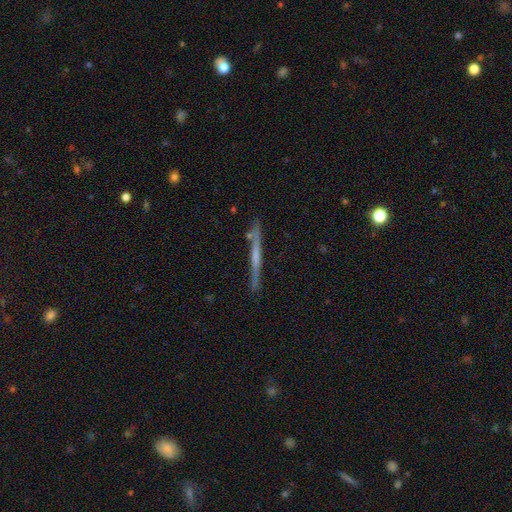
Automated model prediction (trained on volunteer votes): Morphology: type=featured or disk (59%); edge-on=yes (97%); edge-on bulge=none (68%); merging=none (86%).